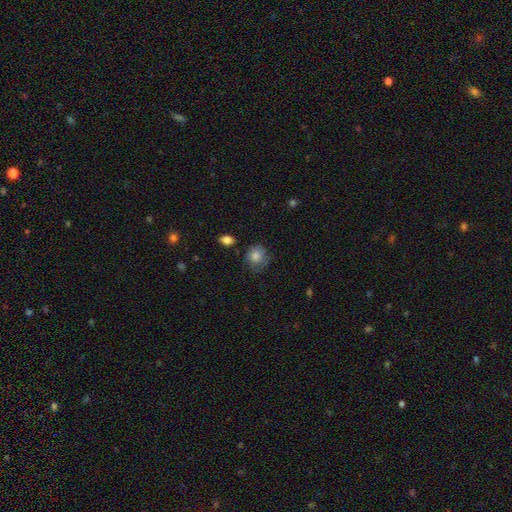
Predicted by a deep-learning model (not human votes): smooth-or-featured: smooth: 81% | featured or disk: 10% | star or artifact: 8%
  how-rounded: round: 80% | in between: 19% | cigar-shaped: 1%
  merging: none: 66% | minor disturbance: 24% | major disturbance: 8% | merger: 2%